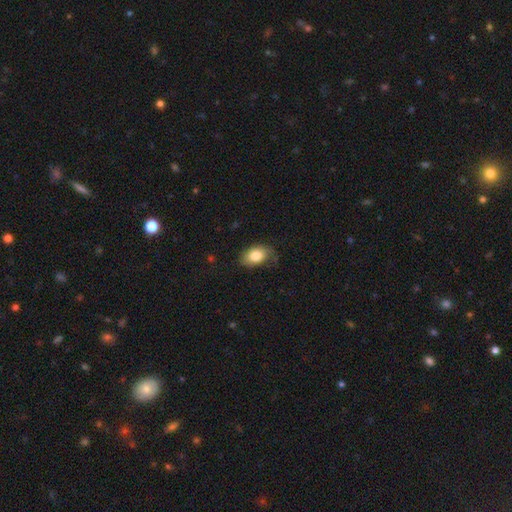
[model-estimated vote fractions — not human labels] Smooth or featured? smooth (81%)
How rounded? in between (86%)
Merging? none (63%)